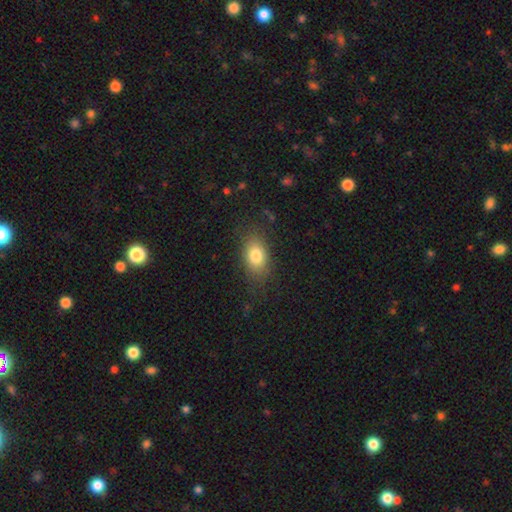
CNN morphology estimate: Smooth or featured?
  - smooth: 80% *
  - featured or disk: 11%
  - star or artifact: 9%
How rounded?
  - in between: 83% *
  - round: 14%
  - cigar-shaped: 3%
Merging?
  - none: 78% *
  - minor disturbance: 15%
  - major disturbance: 6%
  - merger: 1%